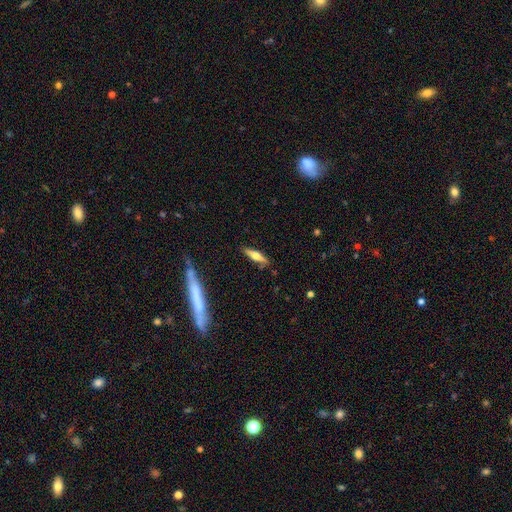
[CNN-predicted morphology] The model was most divided on "smooth or featured": featured or disk: 48%, smooth: 46%, star or artifact: 6%. More confident: merging — none (84%).